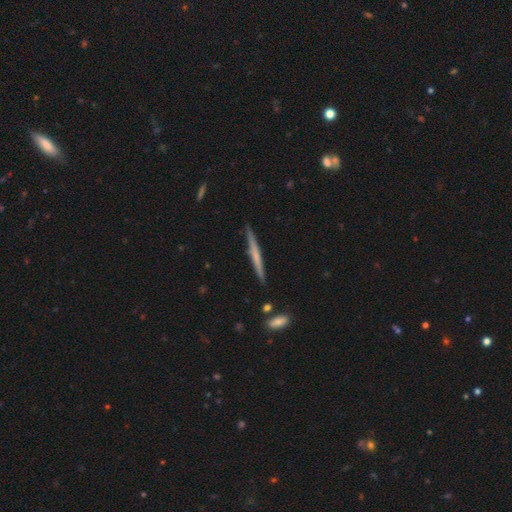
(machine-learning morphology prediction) A featured or disk galaxy (50%) viewed edge-on (97%).

Vote fractions:
- Smooth or featured? featured or disk: 50% / smooth: 44% / star or artifact: 6%
- Edge-on disk? yes: 97% / no: 3%
- Merging? none: 88% / minor disturbance: 8% / merger: 2% / major disturbance: 2%